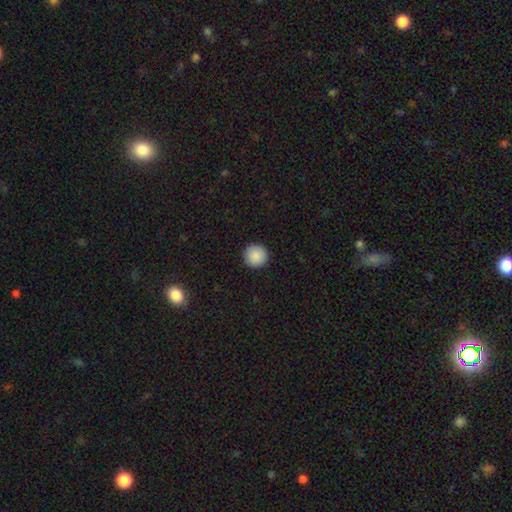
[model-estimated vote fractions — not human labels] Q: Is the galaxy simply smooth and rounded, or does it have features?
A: smooth — 90%.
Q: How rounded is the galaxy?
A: round — 96%.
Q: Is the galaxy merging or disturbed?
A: none — 93%.